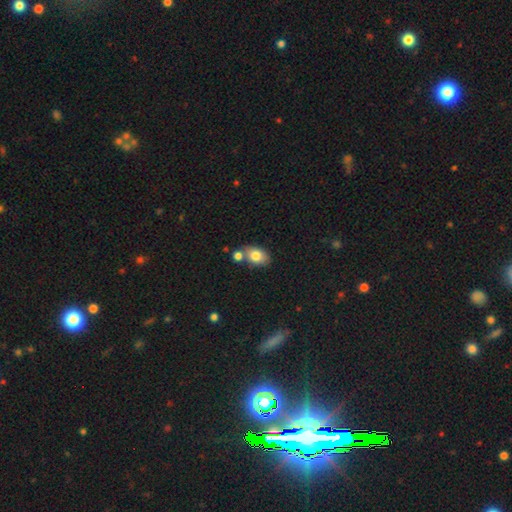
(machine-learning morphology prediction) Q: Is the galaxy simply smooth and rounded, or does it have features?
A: smooth — 80%.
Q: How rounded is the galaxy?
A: in between — 82%.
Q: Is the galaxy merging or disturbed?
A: none — 56%.